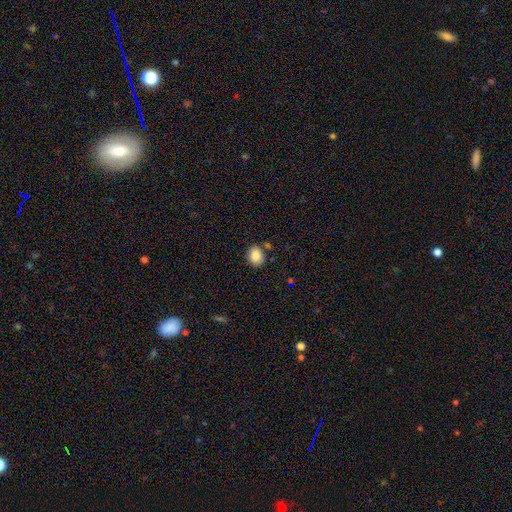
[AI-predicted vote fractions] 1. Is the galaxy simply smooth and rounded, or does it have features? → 87% smooth, 8% star or artifact, 5% featured or disk.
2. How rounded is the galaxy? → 50% in between, 49% round, 1% cigar-shaped.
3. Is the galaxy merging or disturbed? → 78% none, 12% minor disturbance, 7% merger, 3% major disturbance.